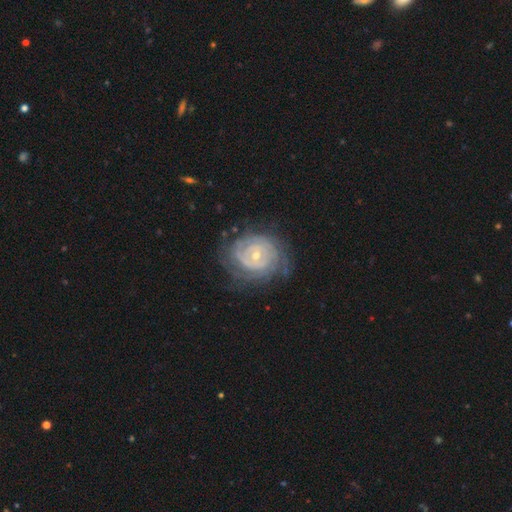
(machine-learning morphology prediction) This appears to be a featured or disk galaxy (86%) with no bar (64%), tight (83%) spiral arms (93%) and a small central bulge (62%). Merging: none (72%).